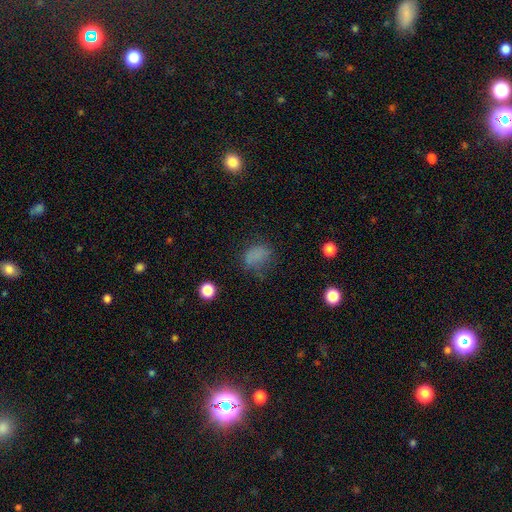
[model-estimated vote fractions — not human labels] Morphology: type=smooth (73%); roundness=in between (60%); merging=none (57%).